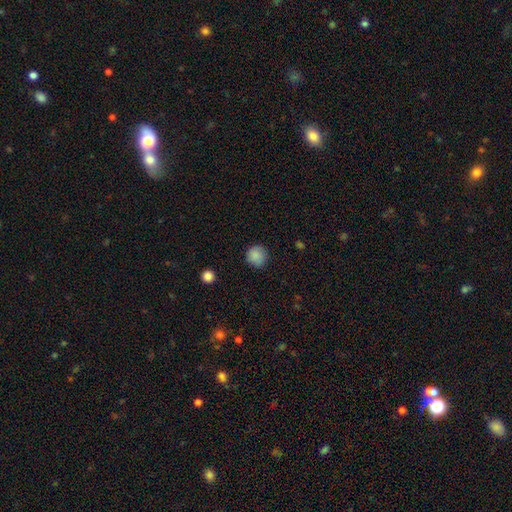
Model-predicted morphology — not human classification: Smooth or featured?
  - smooth: 87% *
  - star or artifact: 9%
  - featured or disk: 4%
How rounded?
  - round: 93% *
  - in between: 6%
  - cigar-shaped: 1%
Merging?
  - none: 85% *
  - minor disturbance: 11%
  - major disturbance: 3%
  - merger: 1%